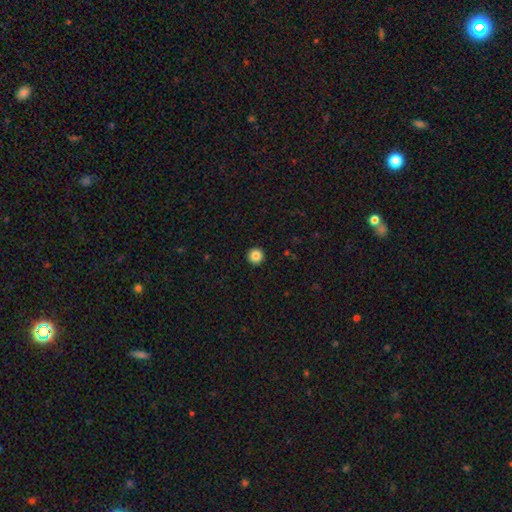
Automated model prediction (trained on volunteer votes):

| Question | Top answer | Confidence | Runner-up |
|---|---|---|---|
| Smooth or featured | smooth | 86% | star or artifact (10%) |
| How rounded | round | 97% | in between (2%) |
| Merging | none | 94% | minor disturbance (4%) |